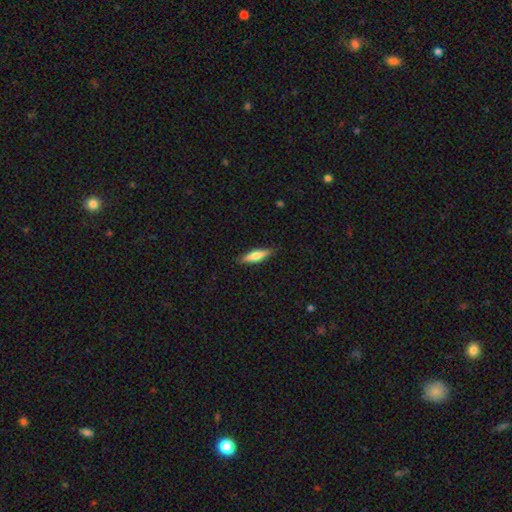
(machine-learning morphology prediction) A smooth galaxy with no disk features (62%) that is cigar-shaped (71%).

Vote fractions:
- Smooth or featured? smooth: 62% / featured or disk: 32% / star or artifact: 6%
- How rounded? cigar-shaped: 71% / in between: 27% / round: 2%
- Merging? none: 87% / minor disturbance: 10% / major disturbance: 2% / merger: 1%